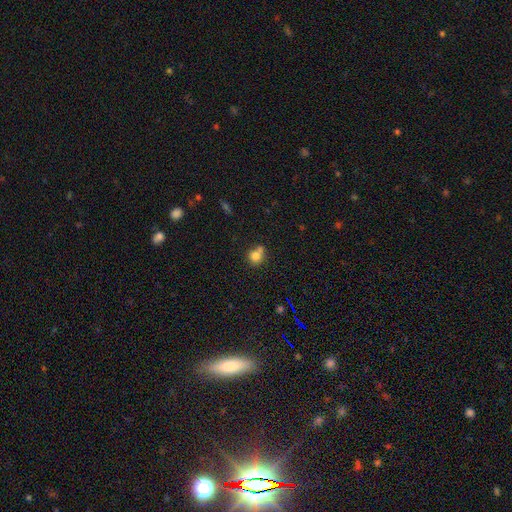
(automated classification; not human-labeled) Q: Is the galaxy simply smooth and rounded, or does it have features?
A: smooth — 79%.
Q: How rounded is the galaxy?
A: round — 78%.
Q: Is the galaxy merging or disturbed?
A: none — 49%.